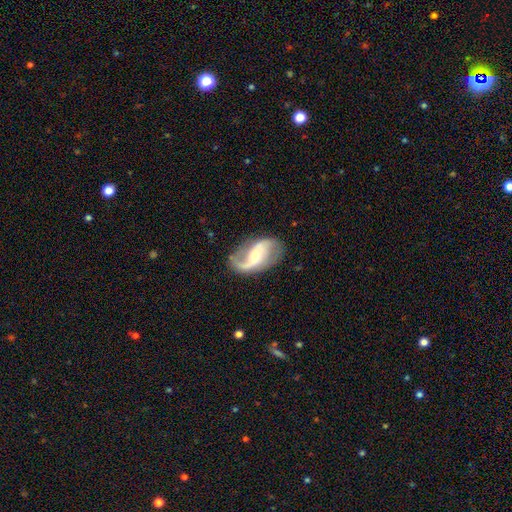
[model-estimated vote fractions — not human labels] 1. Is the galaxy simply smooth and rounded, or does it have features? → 85% featured or disk, 10% smooth, 5% star or artifact.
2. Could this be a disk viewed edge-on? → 97% no, 3% yes.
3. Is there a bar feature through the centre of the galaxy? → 43% weak, 34% no, 23% strong.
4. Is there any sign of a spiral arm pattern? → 96% yes, 4% no.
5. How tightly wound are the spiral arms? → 63% loose, 29% medium, 7% tight.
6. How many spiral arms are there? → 86% 2, 8% 1, 3% can't tell, 1% 3, 1% 4, 1% more than 4.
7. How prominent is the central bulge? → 45% moderate, 40% small, 8% large, 5% none, 2% dominant.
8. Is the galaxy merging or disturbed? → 73% none, 16% minor disturbance, 9% major disturbance, 2% merger.